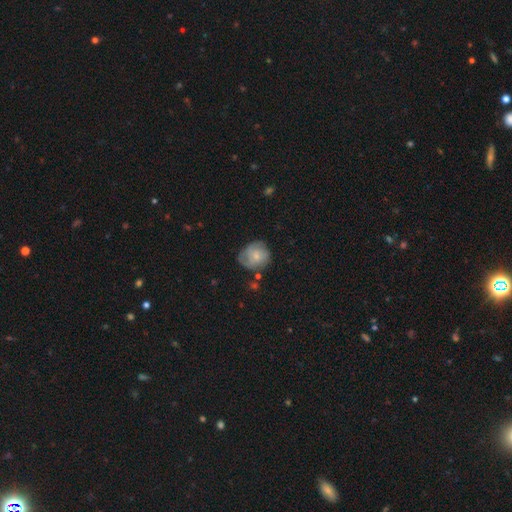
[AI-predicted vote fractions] smooth-or-featured: featured or disk: 48% | smooth: 45% | star or artifact: 8%
  merging: none: 57% | minor disturbance: 28% | major disturbance: 12% | merger: 3%